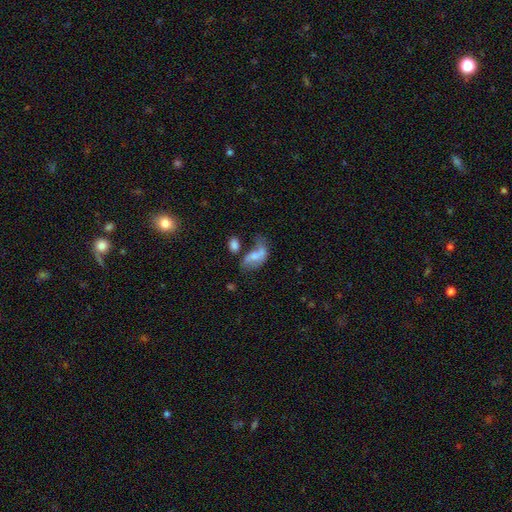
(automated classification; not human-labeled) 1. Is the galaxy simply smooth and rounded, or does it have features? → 45% featured or disk, 44% smooth, 10% star or artifact.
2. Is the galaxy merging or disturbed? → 30% major disturbance, 26% merger, 24% none, 20% minor disturbance.